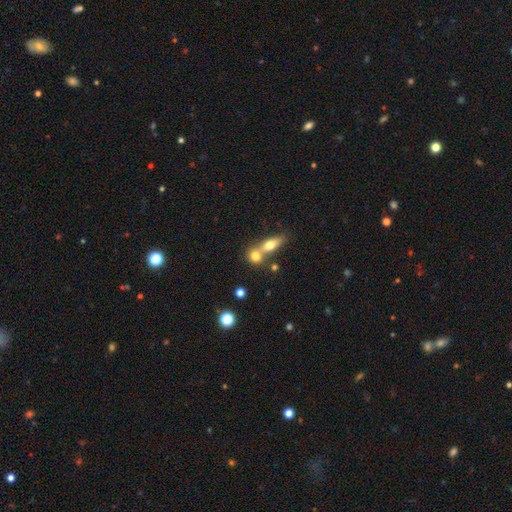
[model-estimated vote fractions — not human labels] smooth 74%, featured or disk 16%, star or artifact 10%. Down the decision tree: how rounded — round (55%); merging — merger (57%).